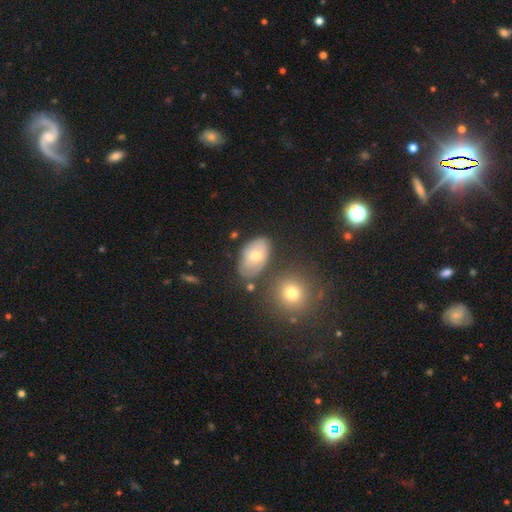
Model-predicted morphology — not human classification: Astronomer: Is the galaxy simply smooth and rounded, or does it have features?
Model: smooth — 57% (runner-up: featured or disk, 35%).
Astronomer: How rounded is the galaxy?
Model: in between — 89%.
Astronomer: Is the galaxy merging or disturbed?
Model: none — 65%.